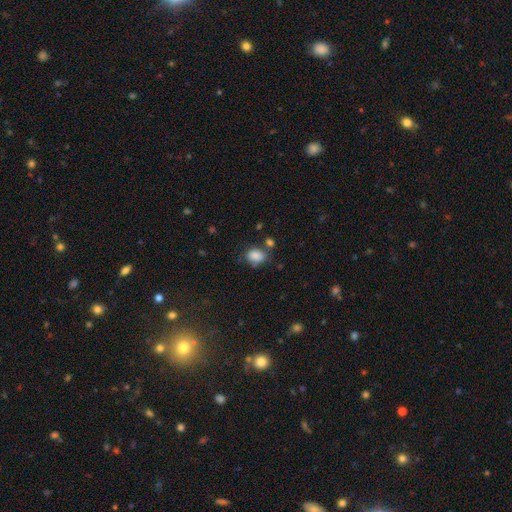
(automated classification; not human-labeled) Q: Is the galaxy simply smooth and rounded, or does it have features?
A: smooth — 85%.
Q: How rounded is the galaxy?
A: in between — 69%.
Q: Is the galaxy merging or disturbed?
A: none — 61%.